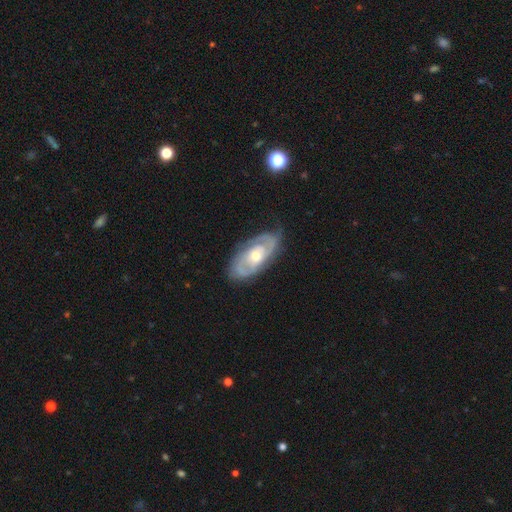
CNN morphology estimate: featured or disk 85%, smooth 10%, star or artifact 5%. Down the decision tree: edge-on disk — no (94%); bar — no (71%); spiral arms — yes (93%); spiral arm count — 2 (65%); spiral winding — tight (64%); bulge size — moderate (60%); merging — none (78%).